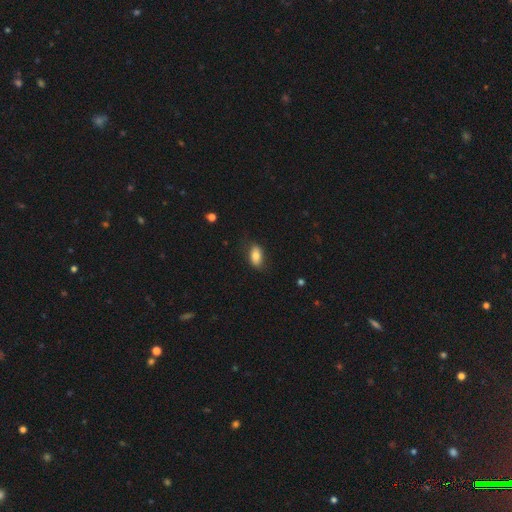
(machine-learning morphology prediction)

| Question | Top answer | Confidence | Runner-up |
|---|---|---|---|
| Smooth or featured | smooth | 80% | featured or disk (13%) |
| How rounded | in between | 90% | round (6%) |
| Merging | none | 78% | minor disturbance (17%) |